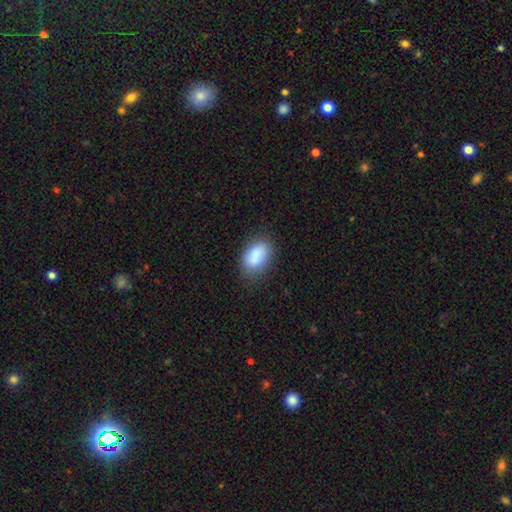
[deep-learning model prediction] Smooth or featured? Predicted: smooth (p=0.86). How rounded? Predicted: in between (p=0.89). Merging? Predicted: none (p=0.76).